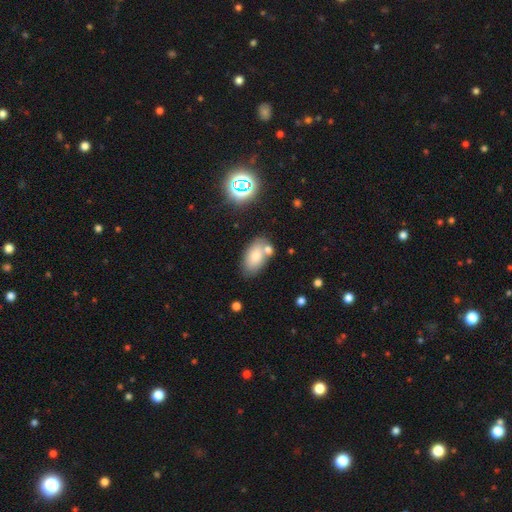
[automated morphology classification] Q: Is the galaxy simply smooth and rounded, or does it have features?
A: smooth — 77%.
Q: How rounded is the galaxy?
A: in between — 92%.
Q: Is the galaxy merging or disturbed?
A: none — 64%.